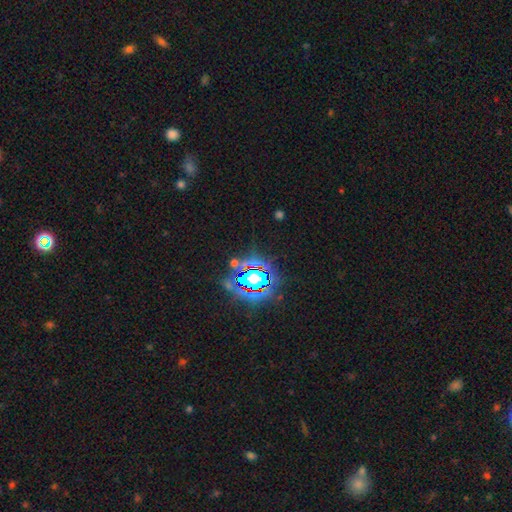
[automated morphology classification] Smooth or featured: star or artifact — 80% (smooth — 11%)